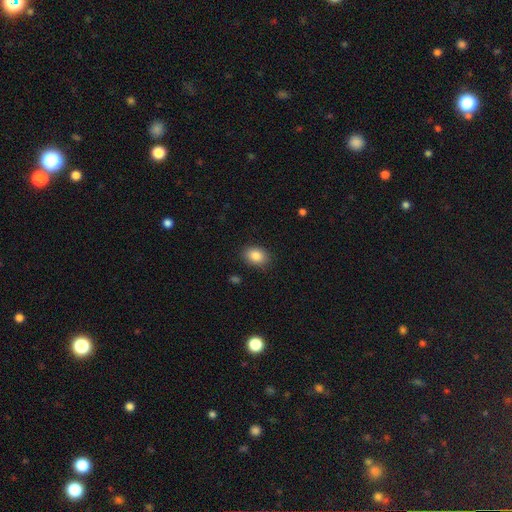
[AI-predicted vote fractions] Smooth or featured?
  - smooth: 85% *
  - star or artifact: 9%
  - featured or disk: 6%
How rounded?
  - in between: 70% *
  - round: 29%
  - cigar-shaped: 1%
Merging?
  - none: 87% *
  - minor disturbance: 10%
  - major disturbance: 2%
  - merger: 1%